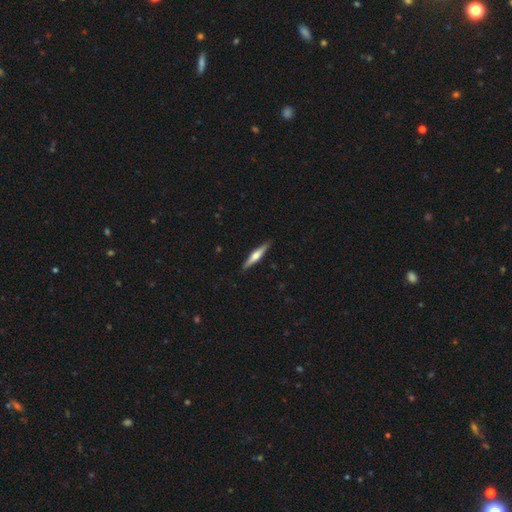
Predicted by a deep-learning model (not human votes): Smooth or featured?
  - featured or disk: 58% *
  - smooth: 36%
  - star or artifact: 5%
Edge-on disk?
  - yes: 97% *
  - no: 3%
Edge-on bulge?
  - rounded: 89% *
  - boxy: 6%
  - none: 5%
Merging?
  - none: 90% *
  - minor disturbance: 7%
  - major disturbance: 1%
  - merger: 1%